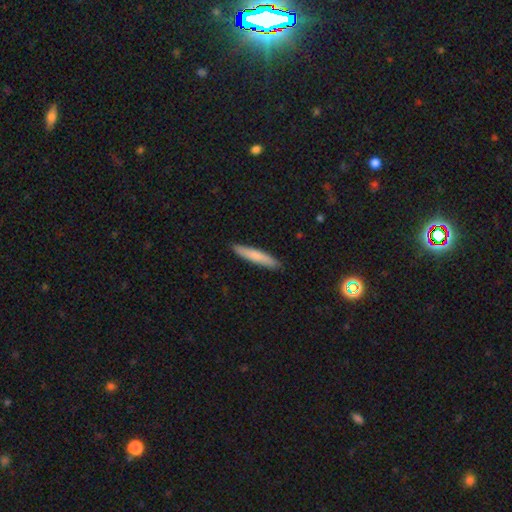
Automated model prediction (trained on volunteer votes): Smooth or featured? Predicted: smooth (p=0.75). How rounded? Predicted: cigar-shaped (p=0.91). Merging? Predicted: none (p=0.89).